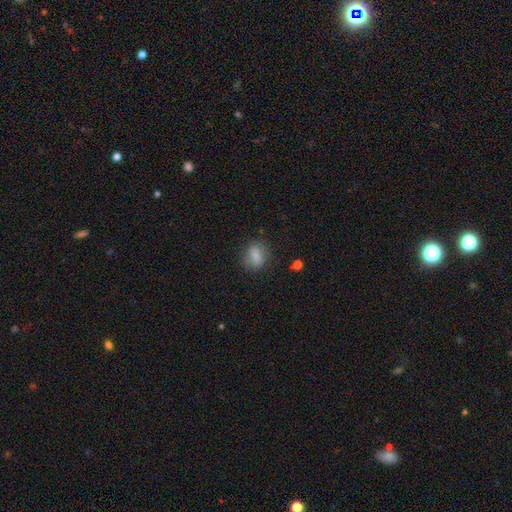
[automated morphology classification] Smooth or featured? smooth (80%)
How rounded? in between (65%)
Merging? none (75%)